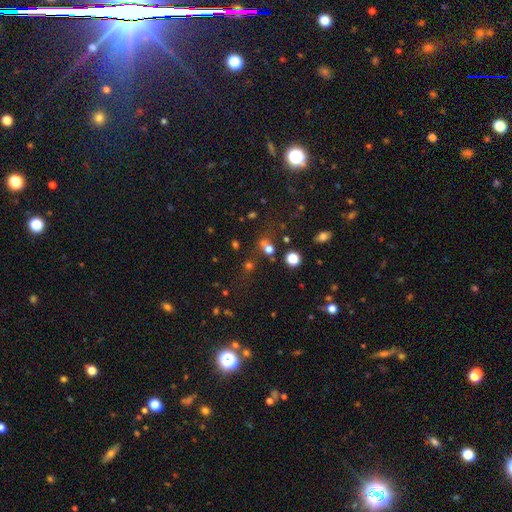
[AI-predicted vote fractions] This is likely a star or artifact rather than a galaxy (80%).